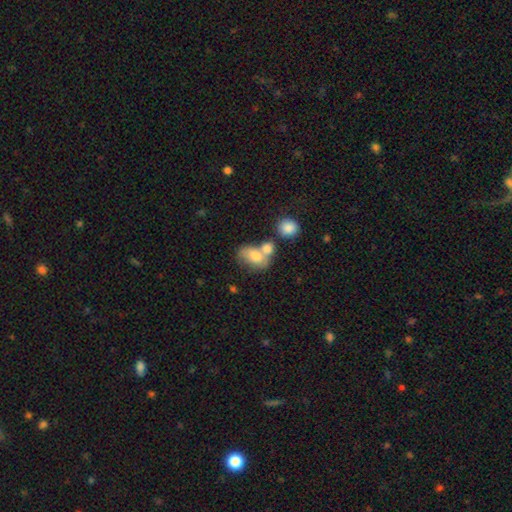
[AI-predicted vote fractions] This appears to be a smooth galaxy with no disk features (73%) that is in between round and cigar-shaped (81%). Merging: merger (50%).